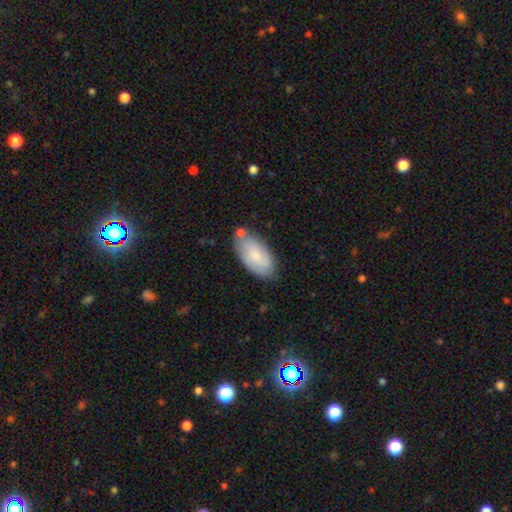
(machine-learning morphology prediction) type=smooth (61%); roundness=in between (93%); merging=none (70%).